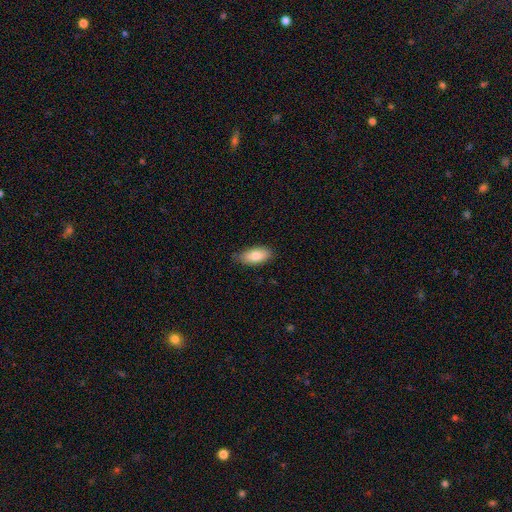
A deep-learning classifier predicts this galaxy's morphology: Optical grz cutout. It shows a smooth galaxy with no disk features (81%) that is in between round and cigar-shaped (89%). Merging: none (80%).